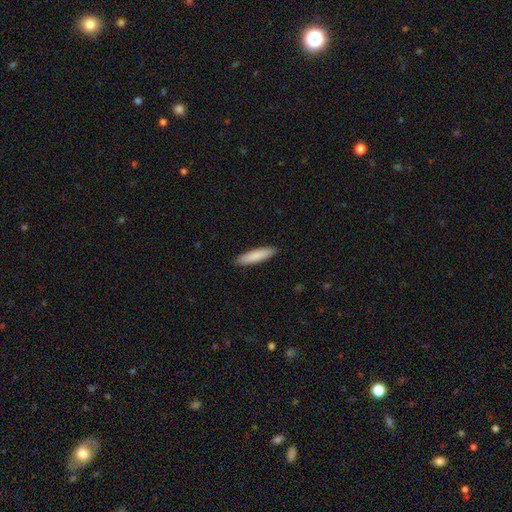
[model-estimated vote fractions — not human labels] Smooth or featured? Predicted: smooth (p=0.85). How rounded? Predicted: cigar-shaped (p=0.79). Merging? Predicted: none (p=0.91).